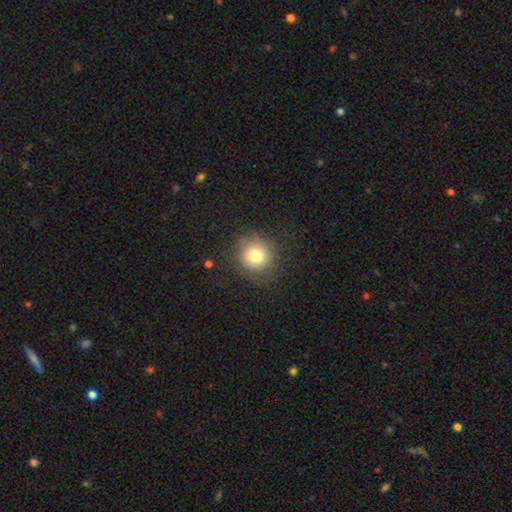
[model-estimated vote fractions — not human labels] Smooth or featured? Predicted: smooth (p=0.77). How rounded? Predicted: round (p=0.91). Merging? Predicted: none (p=0.79).